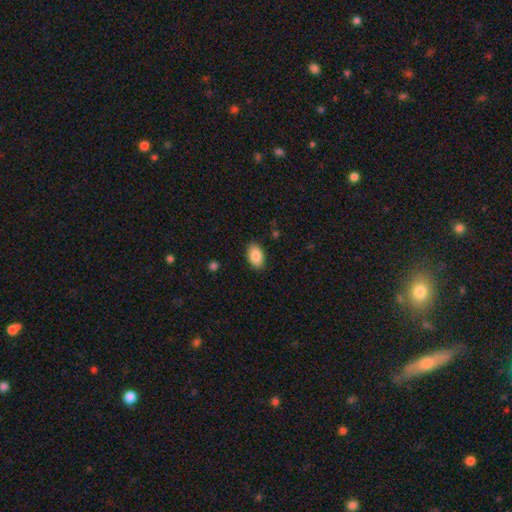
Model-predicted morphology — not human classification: This is clearly a smooth galaxy (88%). How rounded: clearly in between (93%). Merging: clearly none (88%).